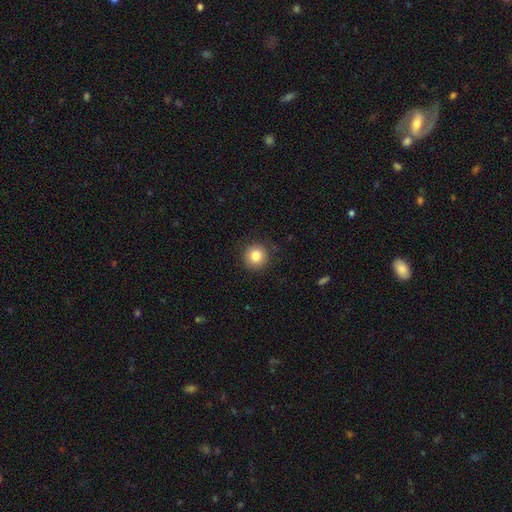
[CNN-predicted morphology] Q: Smooth or featured?
A: smooth (82%); runner-up: star or artifact (10%)
Q: How rounded?
A: round (95%); runner-up: in between (4%)
Q: Merging?
A: none (89%); runner-up: minor disturbance (8%)